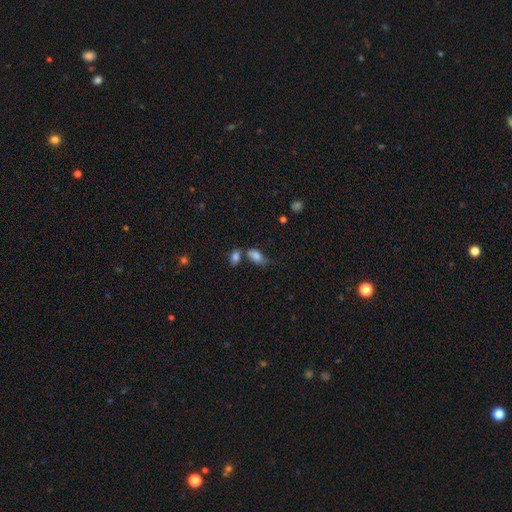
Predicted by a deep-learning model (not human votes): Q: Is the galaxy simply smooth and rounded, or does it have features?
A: smooth — 82%.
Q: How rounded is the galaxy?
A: in between — 91%.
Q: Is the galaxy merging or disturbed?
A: none — 41%.